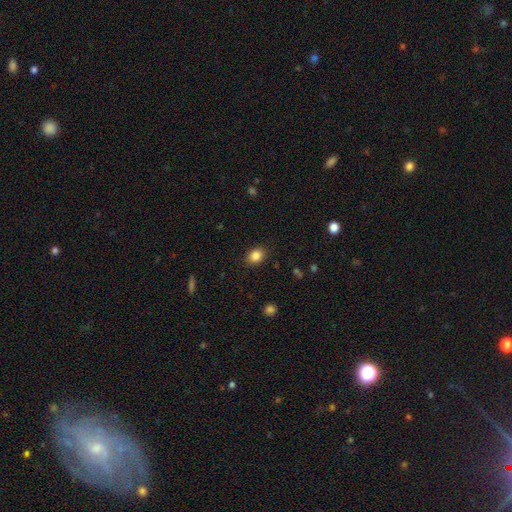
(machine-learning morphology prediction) The model was most divided on "how rounded": in between: 56%, round: 43%, cigar-shaped: 1%. More confident: merging — none (87%); smooth or featured — smooth (85%).